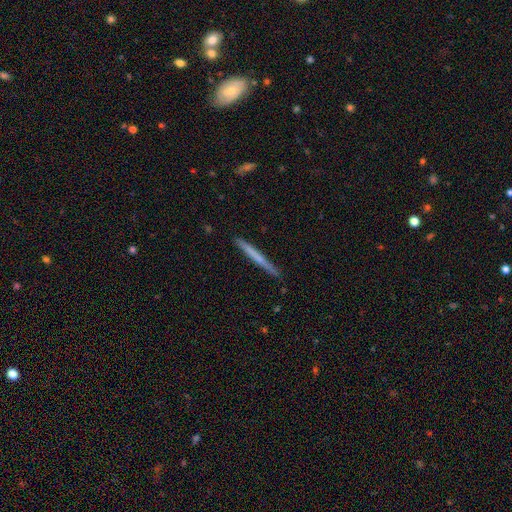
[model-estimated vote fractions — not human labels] smooth-or-featured: smooth: 52% | featured or disk: 42% | star or artifact: 6%
  how-rounded: cigar-shaped: 97% | in between: 2% | round: 1%
  merging: none: 90% | minor disturbance: 8% | major disturbance: 1% | merger: 1%